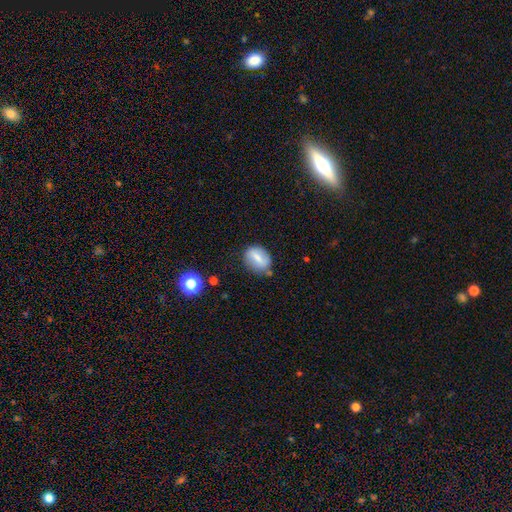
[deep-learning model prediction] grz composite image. It shows a smooth galaxy with no disk features (54%) that is in between round and cigar-shaped (63%). Merging: none (75%).